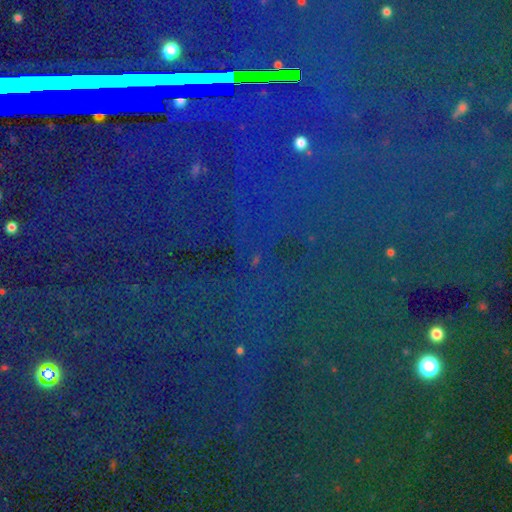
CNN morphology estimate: Smooth or featured: star or artifact — 83% (smooth — 10%)